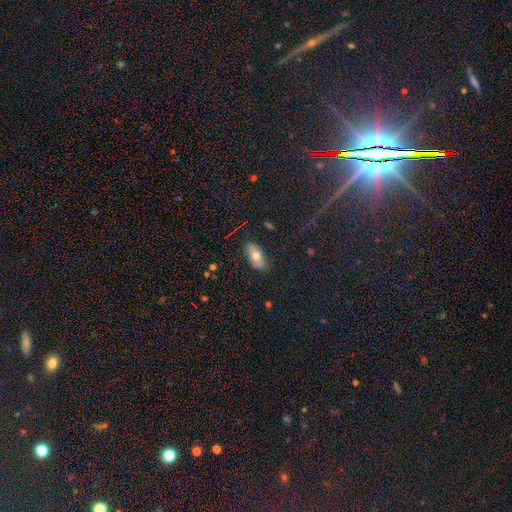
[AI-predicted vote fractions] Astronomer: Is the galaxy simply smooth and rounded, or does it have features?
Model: smooth — 68%.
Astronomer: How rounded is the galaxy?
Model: in between — 86%.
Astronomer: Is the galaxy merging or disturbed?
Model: none — 83%.